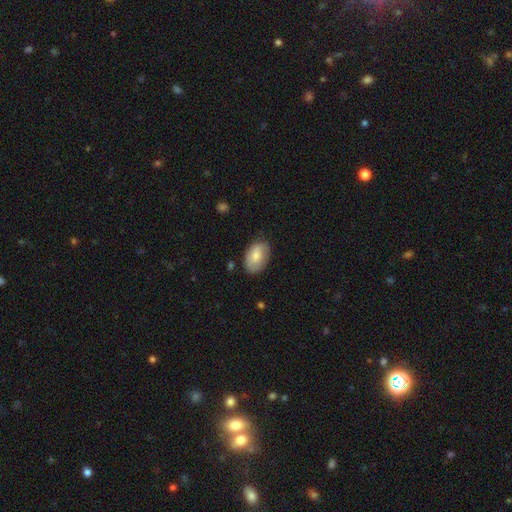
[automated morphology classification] This appears to be a smooth galaxy with no disk features (75%) that is in between round and cigar-shaped (90%). Merging: none (76%).